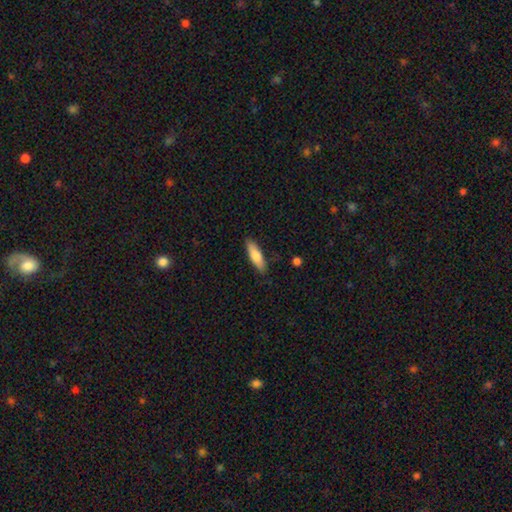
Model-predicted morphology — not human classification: smooth 76%, featured or disk 18%, star or artifact 6%. Down the decision tree: how rounded — cigar-shaped (61%); merging — none (86%).